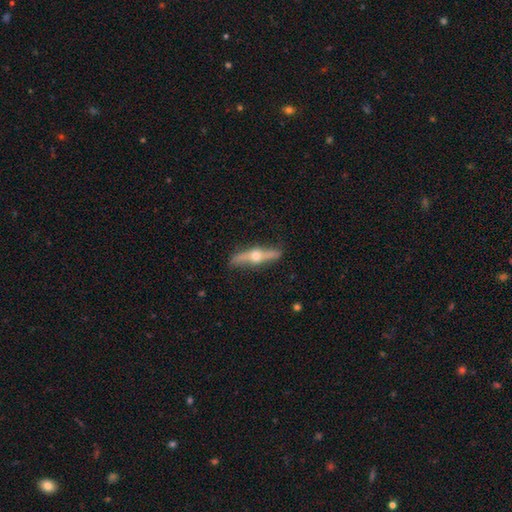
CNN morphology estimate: type=featured or disk (72%); edge-on=yes (89%); edge-on bulge=rounded (95%); merging=none (82%).